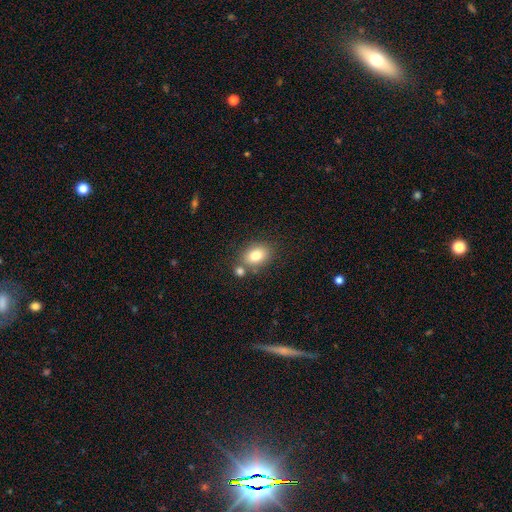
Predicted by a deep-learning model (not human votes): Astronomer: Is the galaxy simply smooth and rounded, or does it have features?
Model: smooth — 80%.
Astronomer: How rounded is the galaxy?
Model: in between — 69%.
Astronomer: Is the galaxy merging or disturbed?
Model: none — 67%.